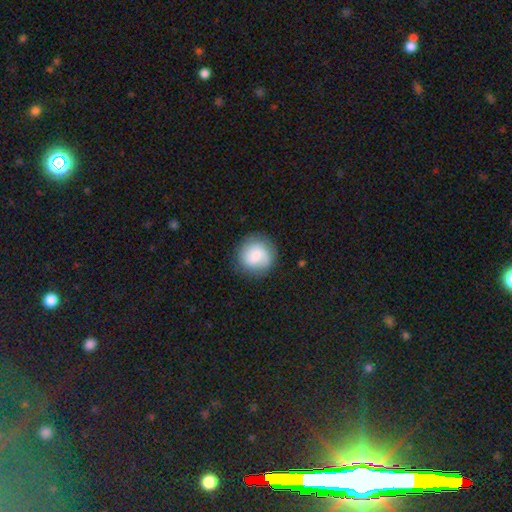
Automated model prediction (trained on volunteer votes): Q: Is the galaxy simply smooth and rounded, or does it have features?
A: smooth — 70%.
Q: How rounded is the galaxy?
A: round — 91%.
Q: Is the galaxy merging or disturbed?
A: none — 82%.